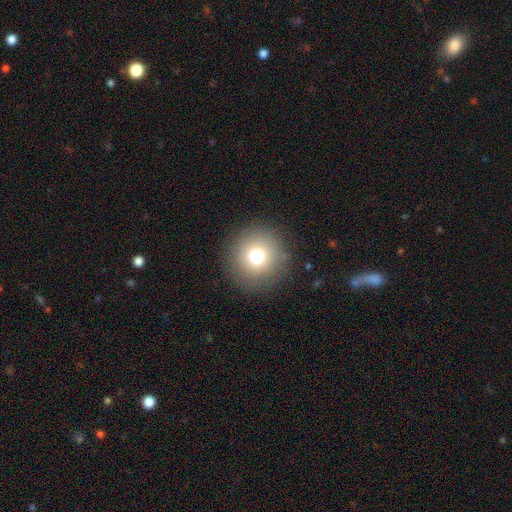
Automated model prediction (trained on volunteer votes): The model was most divided on "smooth or featured": smooth: 73%, star or artifact: 15%, featured or disk: 12%. More confident: how rounded — round (96%); merging — none (89%).